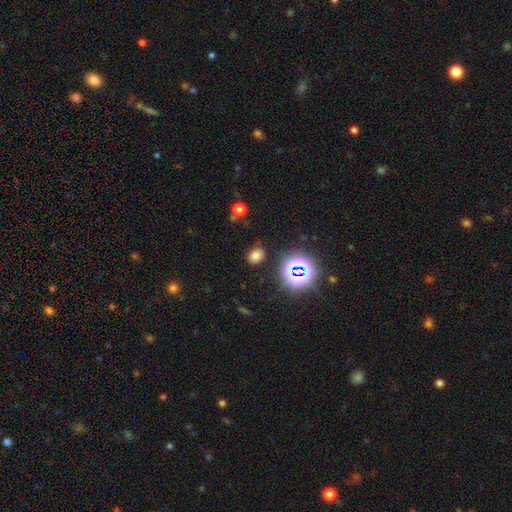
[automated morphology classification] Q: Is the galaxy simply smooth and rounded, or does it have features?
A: smooth — 70%.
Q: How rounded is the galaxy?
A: in between — 55%.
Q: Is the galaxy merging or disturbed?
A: none — 81%.